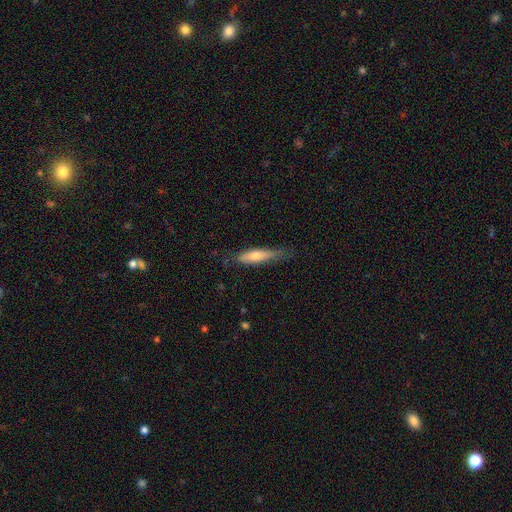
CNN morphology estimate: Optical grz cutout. It shows a smooth galaxy with no disk features (56%) that is cigar-shaped (80%). Merging: none (67%).